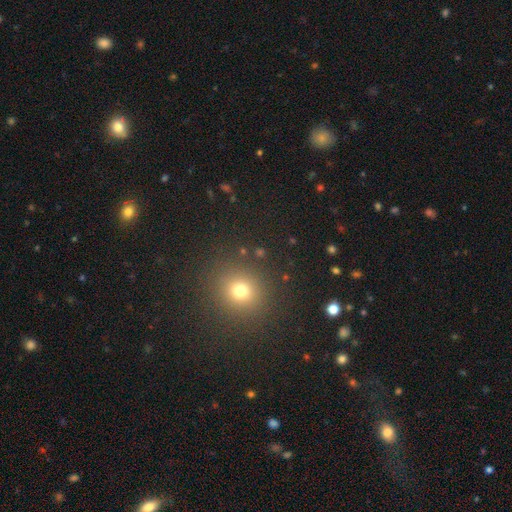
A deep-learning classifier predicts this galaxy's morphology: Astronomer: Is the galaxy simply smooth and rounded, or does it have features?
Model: smooth — 62%.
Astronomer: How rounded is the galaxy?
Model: round — 93%.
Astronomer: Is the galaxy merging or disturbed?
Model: none — 91%.